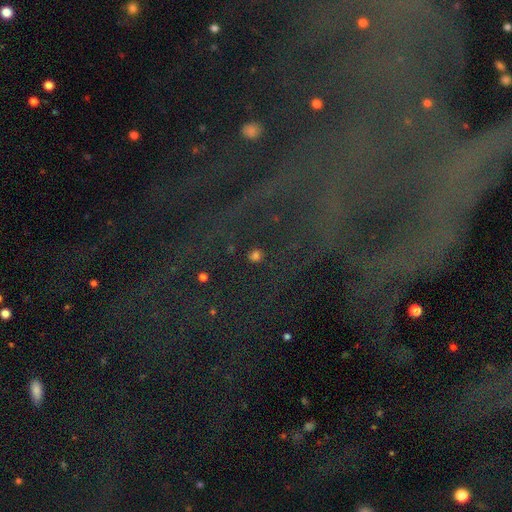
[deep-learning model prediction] Morphology: type=star or artifact (51%).